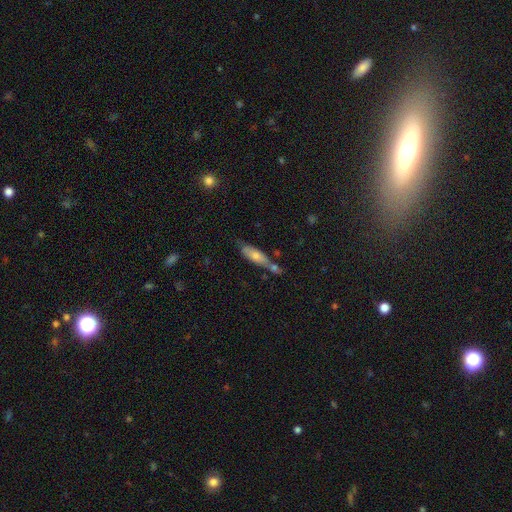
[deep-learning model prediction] This appears to be a smooth galaxy with no disk features (63%) that is cigar-shaped (51%). Merging: none (42%).